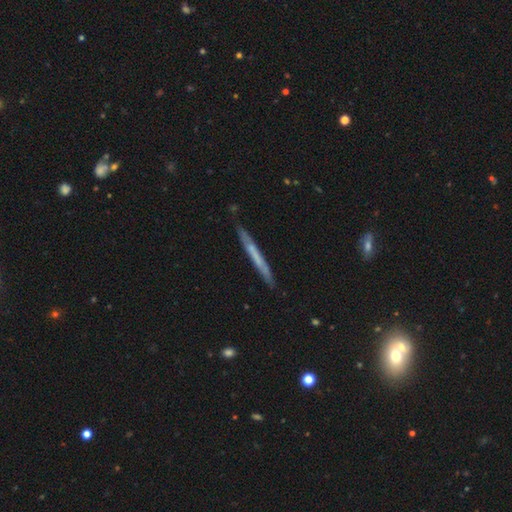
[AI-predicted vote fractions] A featured or disk galaxy (48%).

Vote fractions:
- Smooth or featured? featured or disk: 48% / smooth: 46% / star or artifact: 6%
- Merging? none: 87% / minor disturbance: 10% / major disturbance: 2% / merger: 1%